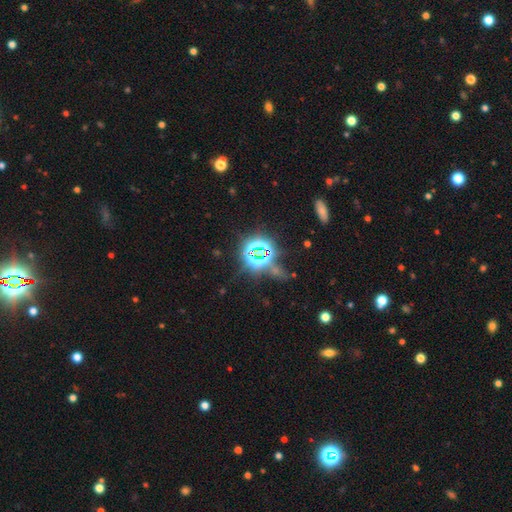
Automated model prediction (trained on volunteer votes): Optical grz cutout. It shows a star or artifact, not a galaxy (79%).